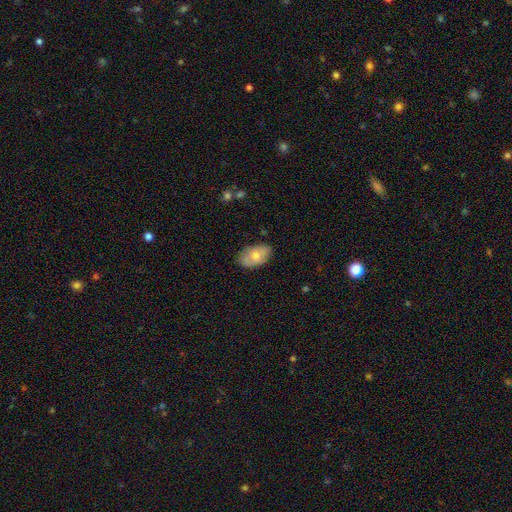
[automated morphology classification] Smooth or featured: smooth — 68% (featured or disk — 26%)
How rounded: in between — 91% (round — 8%)
Merging: none — 75% (minor disturbance — 20%)